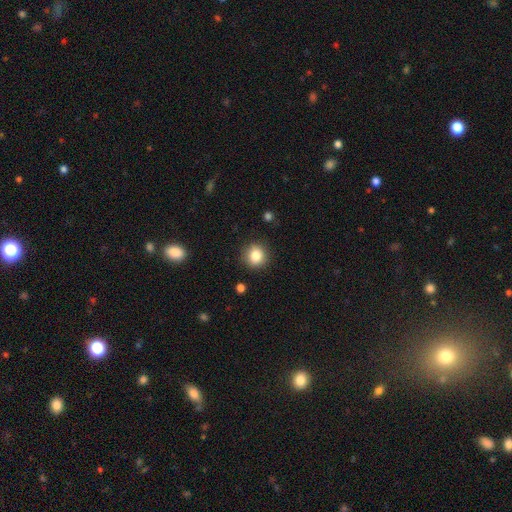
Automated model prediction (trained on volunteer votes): A smooth galaxy with no disk features (83%) that is round (89%). Merging: none (89%).